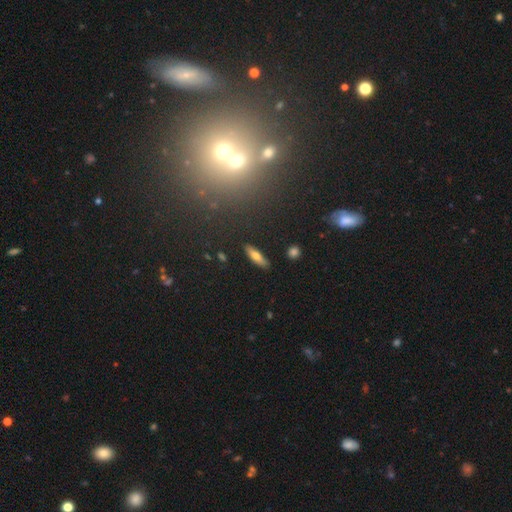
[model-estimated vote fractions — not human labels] Smooth or featured? smooth (71%)
How rounded? cigar-shaped (58%)
Merging? none (88%)